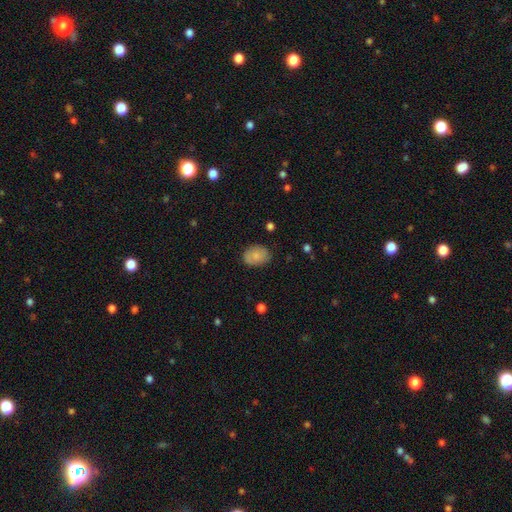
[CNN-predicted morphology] This appears to be a smooth galaxy with no disk features (82%) that is in between round and cigar-shaped (71%). Merging: none (80%).